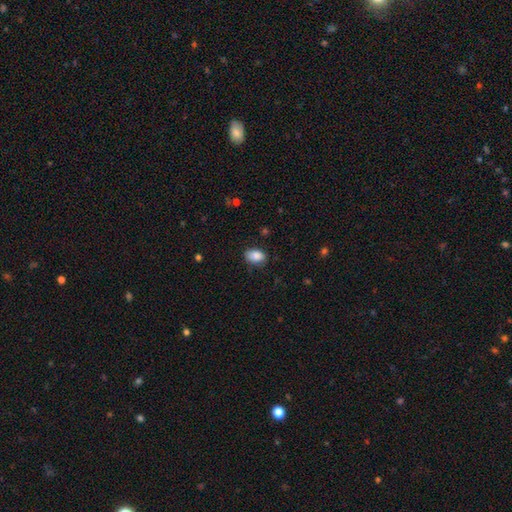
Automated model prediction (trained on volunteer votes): Overall: smooth (89%). How rounded: in between (87%). Merging: none (82%).